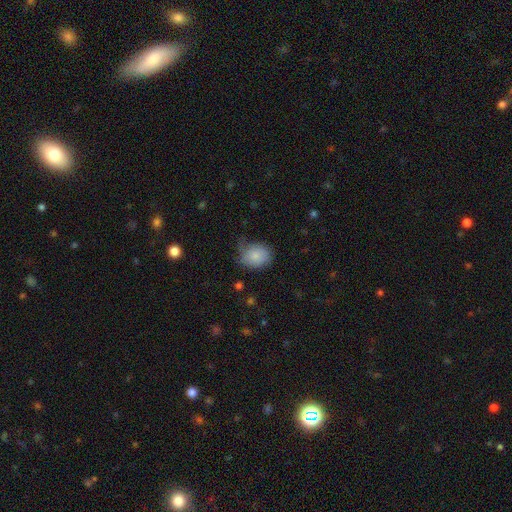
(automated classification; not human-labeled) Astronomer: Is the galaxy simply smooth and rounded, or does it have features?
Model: smooth — 81%.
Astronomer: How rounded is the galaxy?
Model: round — 54% (runner-up: in between, 45%).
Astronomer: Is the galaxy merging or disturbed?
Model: none — 52% (runner-up: minor disturbance, 34%).